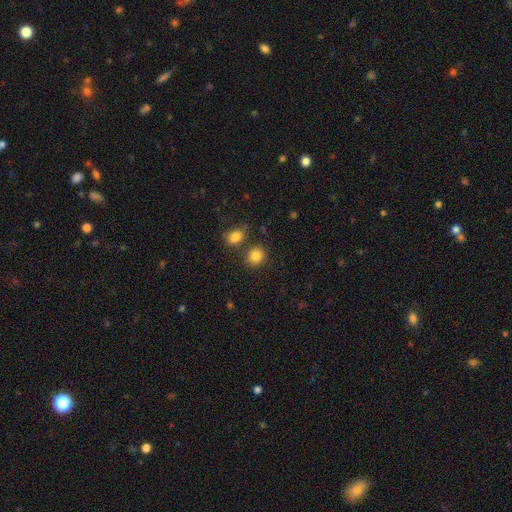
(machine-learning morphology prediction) type=smooth (84%); roundness=round (66%); merging=none (75%).